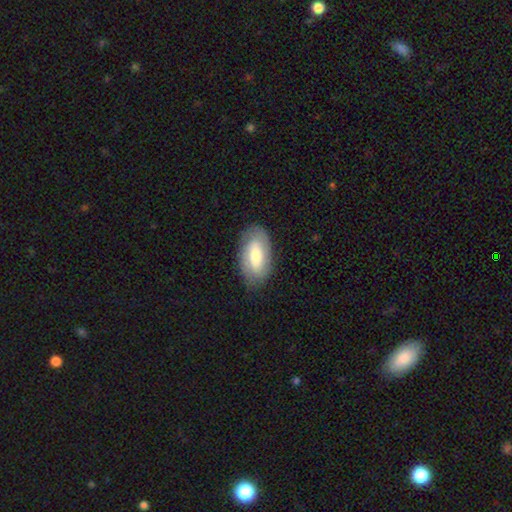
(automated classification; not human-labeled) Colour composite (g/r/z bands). It shows a smooth galaxy with no disk features (59%) that is in between round and cigar-shaped (92%). Merging: none (82%).